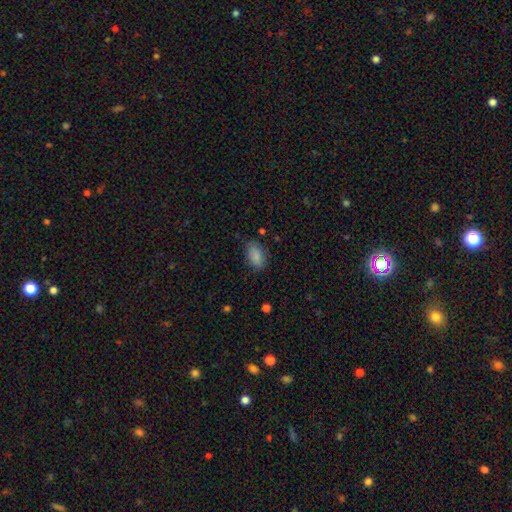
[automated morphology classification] The model was most divided on "merging": none: 78%, minor disturbance: 17%, major disturbance: 4%, merger: 1%. More confident: how rounded — in between (91%); smooth or featured — smooth (87%).